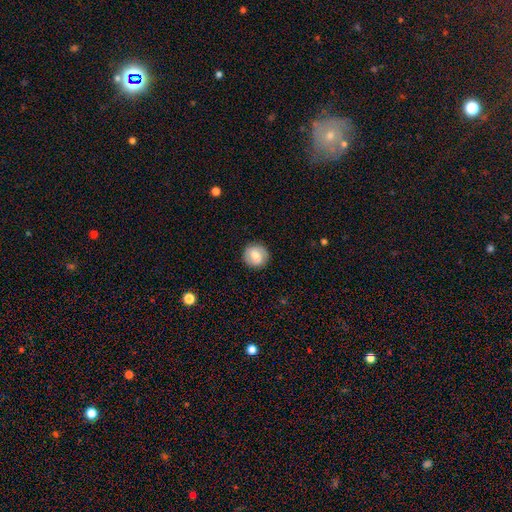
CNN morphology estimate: Q: Smooth or featured?
A: smooth (68%); runner-up: featured or disk (25%)
Q: How rounded?
A: round (87%); runner-up: in between (12%)
Q: Merging?
A: none (88%); runner-up: minor disturbance (8%)